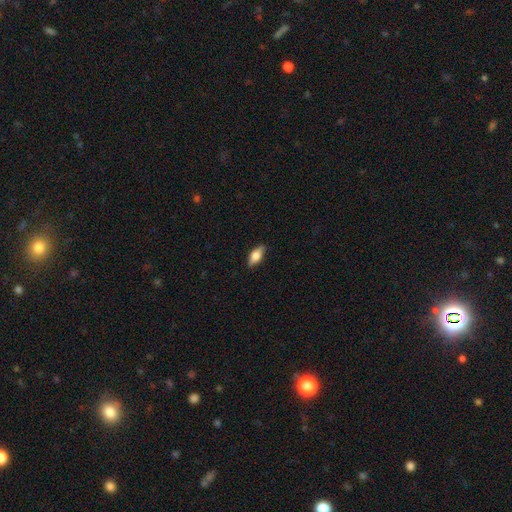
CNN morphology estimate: type=smooth (68%); roundness=in between (82%); merging=none (83%).